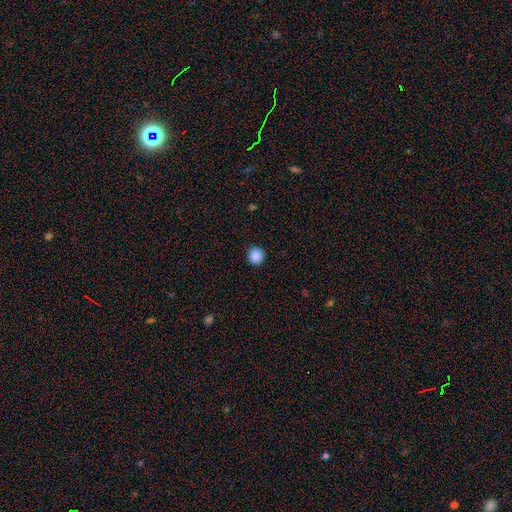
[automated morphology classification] This appears to be a smooth galaxy with no disk features (88%) that is round (93%). Merging: none (92%).